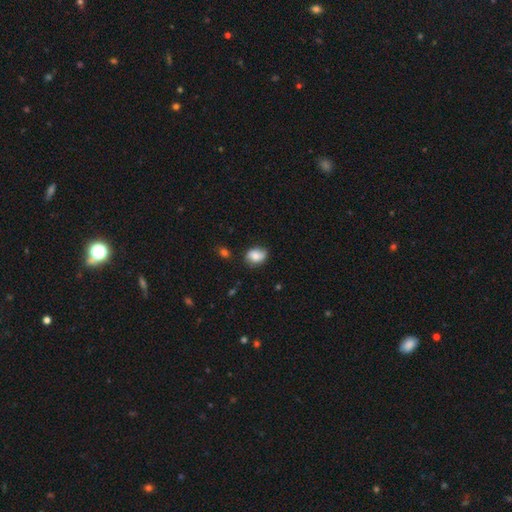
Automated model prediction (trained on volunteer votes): This appears to be a smooth galaxy with no disk features (73%) that is in between round and cigar-shaped (56%). Merging: none (66%).